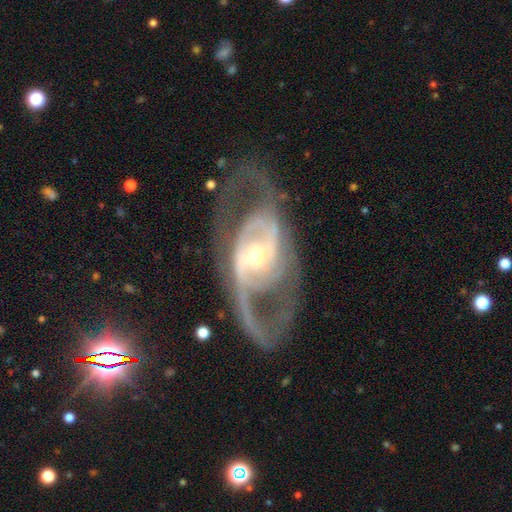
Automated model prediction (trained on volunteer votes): Smooth or featured: featured or disk — 87% (smooth — 7%)
Edge-on disk: no — 94% (yes — 6%)
Bar: no — 36% (weak — 34%)
Spiral arms: yes — 84% (no — 16%)
Spiral winding: medium — 49% (loose — 27%)
Spiral arm count: 2 — 80% (can't tell — 10%)
Bulge size: small — 51% (moderate — 42%)
Merging: none — 63% (major disturbance — 21%)